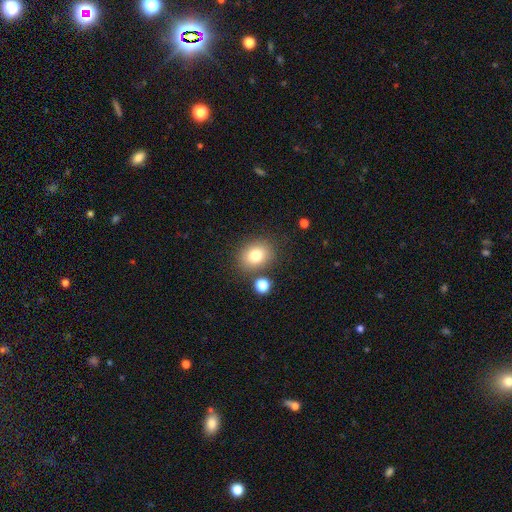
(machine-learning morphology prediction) smooth-or-featured: smooth: 79% | star or artifact: 11% | featured or disk: 10%
  how-rounded: round: 51% | in between: 48% | cigar-shaped: 1%
  merging: none: 78% | minor disturbance: 11% | merger: 7% | major disturbance: 4%